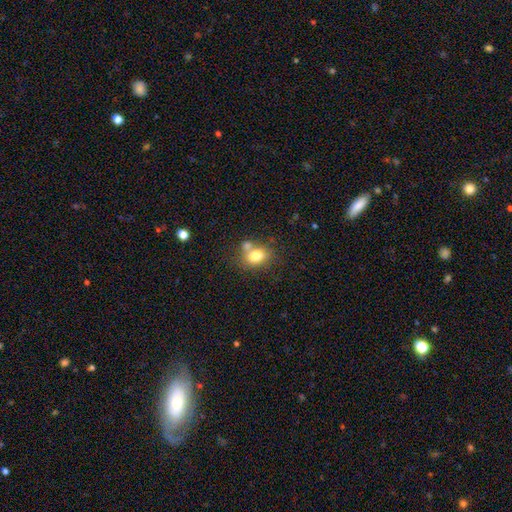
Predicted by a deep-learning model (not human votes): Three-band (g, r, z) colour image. It shows a smooth galaxy with no disk features (78%) that is in between round and cigar-shaped (54%). Merging: none (54%).